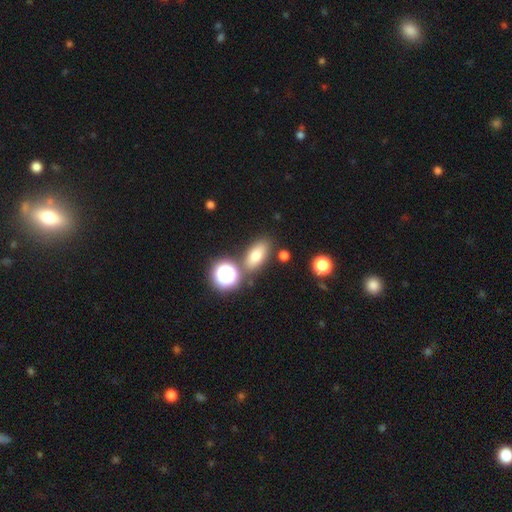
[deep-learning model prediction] Smooth or featured? smooth (74%)
How rounded? in between (78%)
Merging? none (76%)